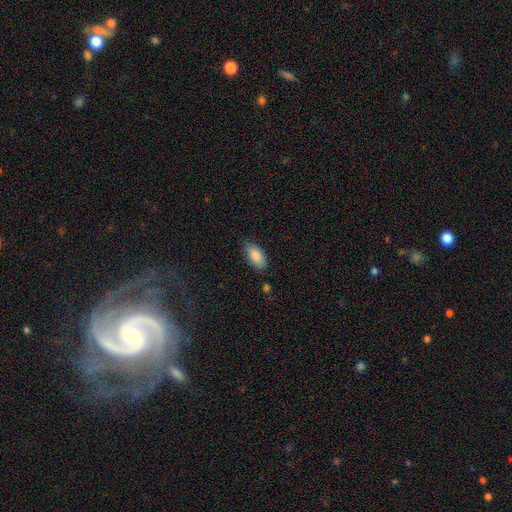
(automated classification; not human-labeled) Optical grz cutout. It shows a smooth galaxy with no disk features (86%) that is in between round and cigar-shaped (92%). Merging: none (78%).